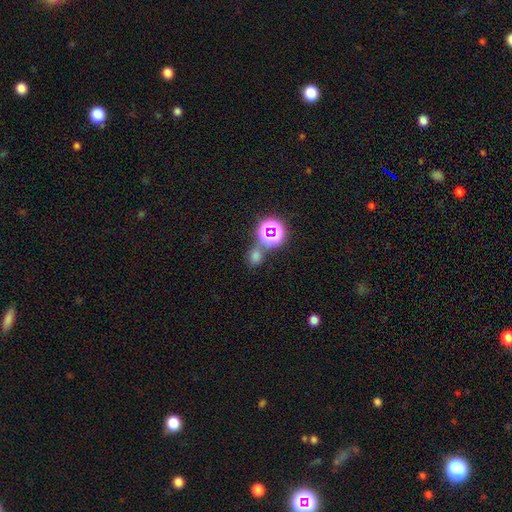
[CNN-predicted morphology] smooth-or-featured: smooth: 59% | star or artifact: 35% | featured or disk: 7%
  how-rounded: round: 70% | in between: 29% | cigar-shaped: 1%
  merging: none: 63% | merger: 21% | minor disturbance: 11% | major disturbance: 5%